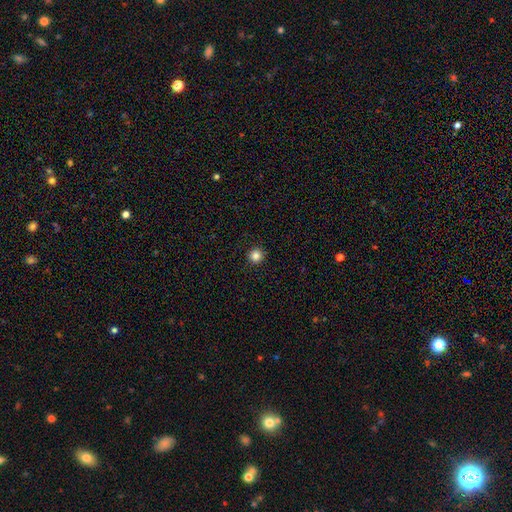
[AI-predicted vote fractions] Morphology: type=smooth (85%); roundness=round (95%); merging=none (93%).